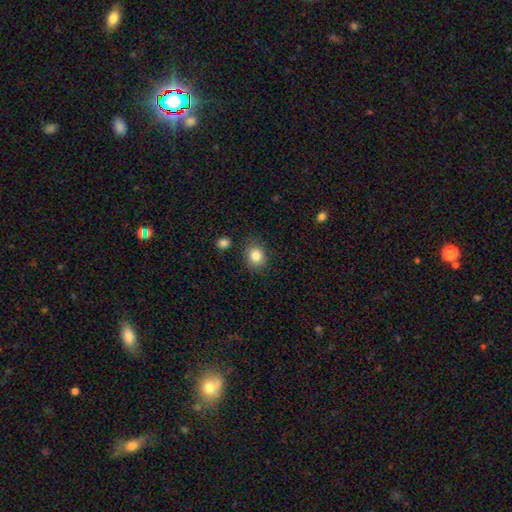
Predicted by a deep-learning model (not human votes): Smooth or featured? Predicted: smooth (p=0.84). How rounded? Predicted: round (p=0.62). Merging? Predicted: none (p=0.81).